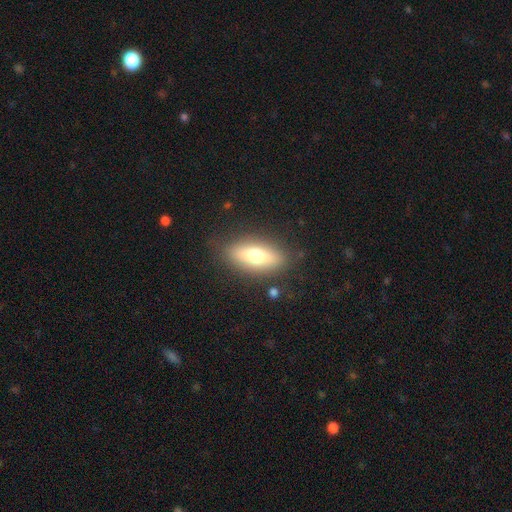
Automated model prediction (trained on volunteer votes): smooth 59%, featured or disk 33%, star or artifact 8%. Down the decision tree: how rounded — in between (73%); merging — none (83%).